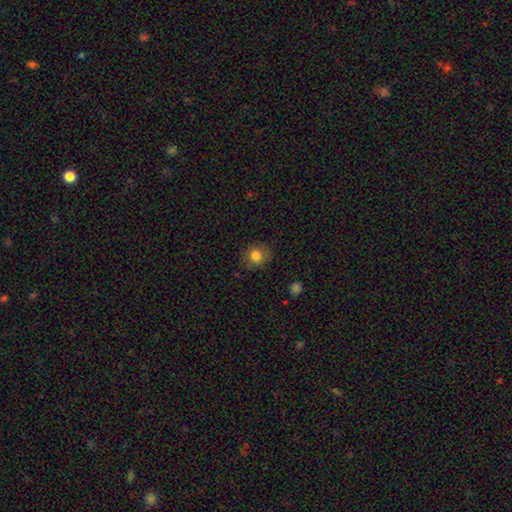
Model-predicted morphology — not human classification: Smooth or featured: smooth — 82% (star or artifact — 11%)
How rounded: round — 83% (in between — 16%)
Merging: none — 82% (minor disturbance — 13%)